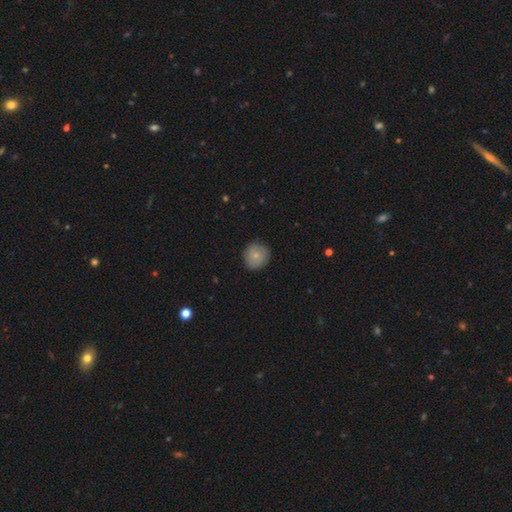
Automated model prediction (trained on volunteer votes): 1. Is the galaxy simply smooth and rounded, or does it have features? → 74% smooth, 19% featured or disk, 7% star or artifact.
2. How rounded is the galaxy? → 90% round, 9% in between, 1% cigar-shaped.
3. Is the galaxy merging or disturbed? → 85% none, 11% minor disturbance, 2% major disturbance, 1% merger.